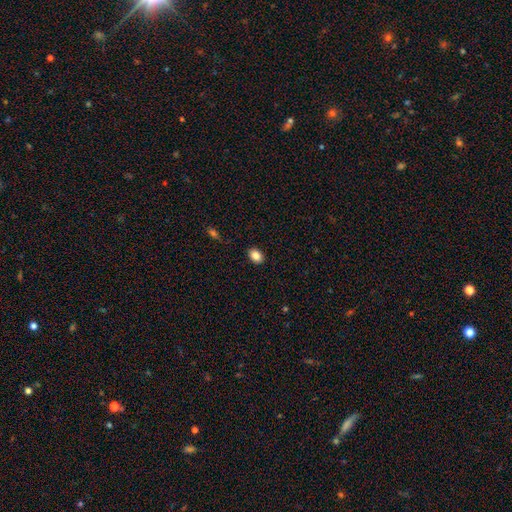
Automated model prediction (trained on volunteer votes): smooth-or-featured: smooth: 86% | star or artifact: 9% | featured or disk: 6%
  how-rounded: in between: 77% | round: 22% | cigar-shaped: 1%
  merging: none: 89% | minor disturbance: 8% | major disturbance: 2% | merger: 1%